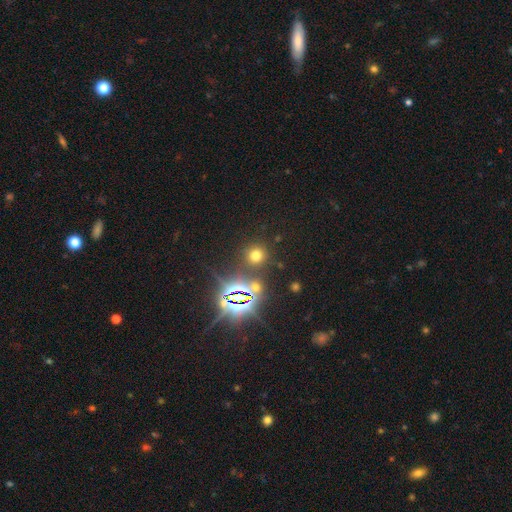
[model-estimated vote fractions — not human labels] This appears to be a smooth galaxy with no disk features (59%) that is round (91%). Merging: none (84%).